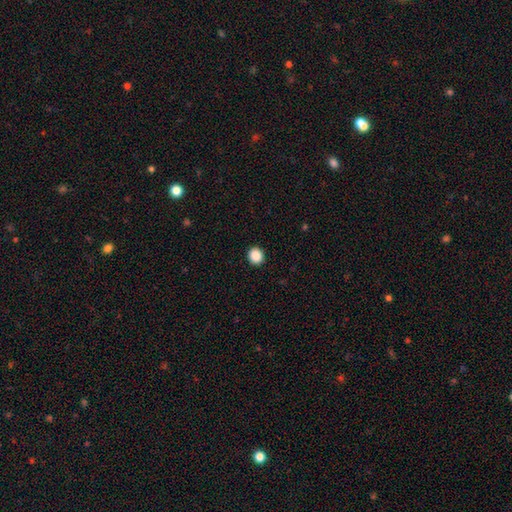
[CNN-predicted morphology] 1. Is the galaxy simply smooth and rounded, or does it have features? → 89% smooth, 9% star or artifact, 2% featured or disk.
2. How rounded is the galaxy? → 82% round, 17% in between, 1% cigar-shaped.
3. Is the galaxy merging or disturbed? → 92% none, 5% minor disturbance, 2% major disturbance, 1% merger.